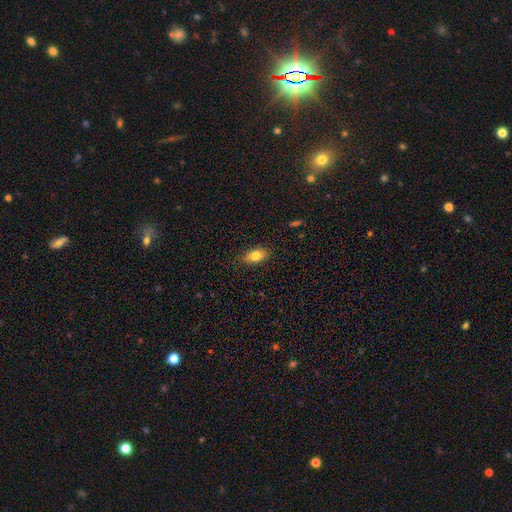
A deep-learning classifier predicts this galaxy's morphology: Smooth or featured? Predicted: smooth (p=0.79). How rounded? Predicted: in between (p=0.90). Merging? Predicted: none (p=0.84).